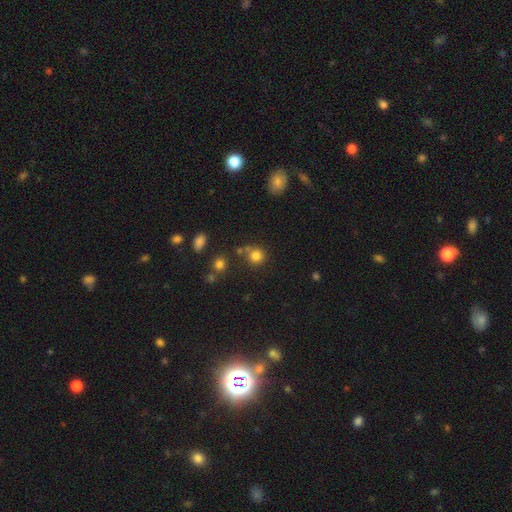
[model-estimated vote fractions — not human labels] A smooth galaxy with no disk features (81%) that is round (90%). Merging: none (69%).